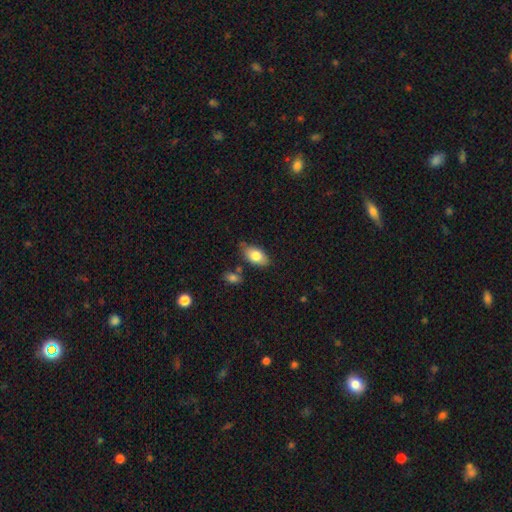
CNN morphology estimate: Smooth or featured? Predicted: smooth (p=0.79). How rounded? Predicted: in between (p=0.92). Merging? Predicted: none (p=0.69).